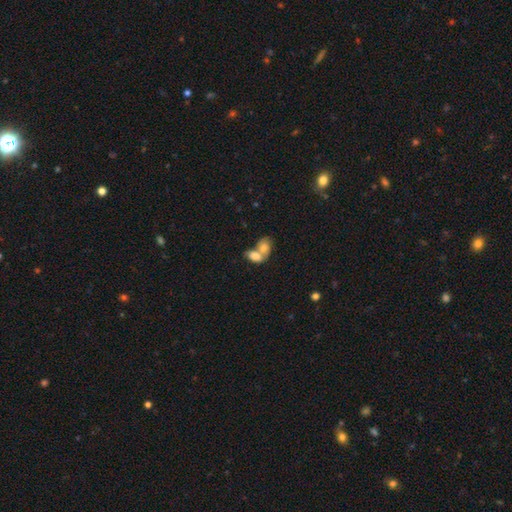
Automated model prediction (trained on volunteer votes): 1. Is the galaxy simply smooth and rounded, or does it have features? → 76% smooth, 16% featured or disk, 8% star or artifact.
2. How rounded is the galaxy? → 84% in between, 14% round, 2% cigar-shaped.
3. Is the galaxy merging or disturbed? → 74% merger, 16% none, 6% minor disturbance, 4% major disturbance.